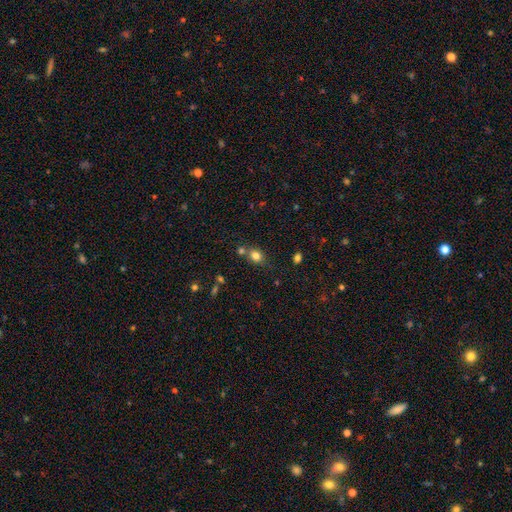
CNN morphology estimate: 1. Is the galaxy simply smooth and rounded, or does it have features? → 79% smooth, 13% star or artifact, 8% featured or disk.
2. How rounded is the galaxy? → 55% round, 43% in between, 1% cigar-shaped.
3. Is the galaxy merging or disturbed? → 60% none, 23% merger, 14% minor disturbance, 4% major disturbance.